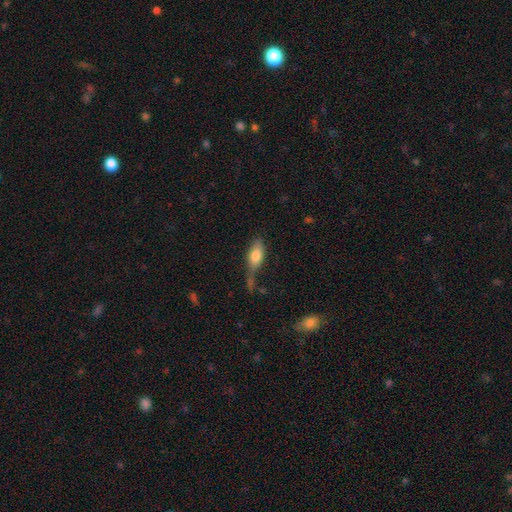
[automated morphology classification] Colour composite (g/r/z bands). It shows a smooth galaxy with no disk features (75%) that is in between round and cigar-shaped (77%). Merging: none (38%).